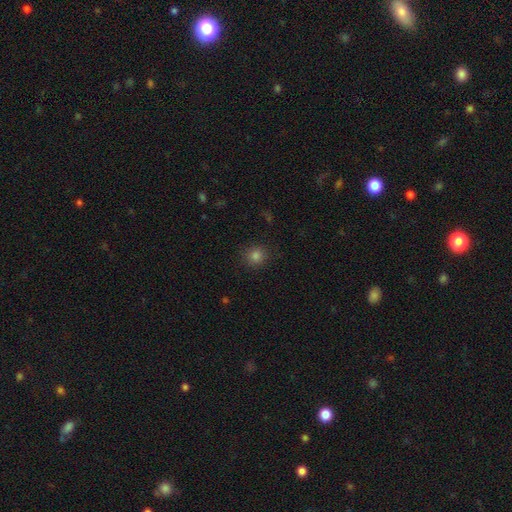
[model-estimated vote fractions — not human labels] This is clearly a smooth galaxy (80%). How rounded: clearly round (90%). Merging: clearly none (89%).